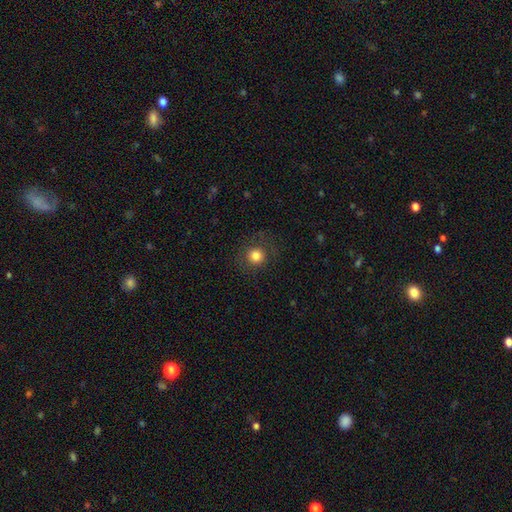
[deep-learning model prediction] This appears to be a smooth galaxy with no disk features (82%) that is round (92%). Merging: none (85%).